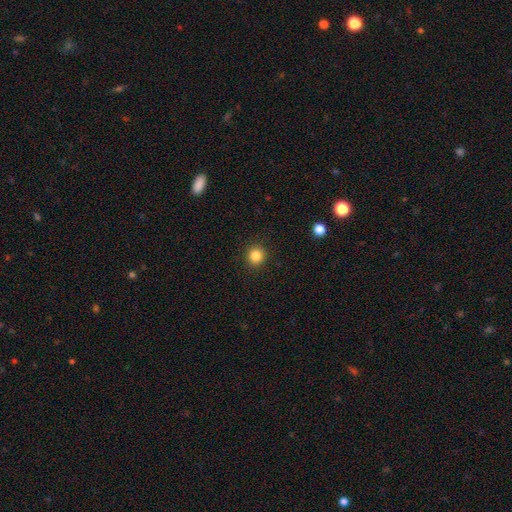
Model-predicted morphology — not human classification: Smooth or featured? smooth (84%)
How rounded? round (92%)
Merging? none (92%)